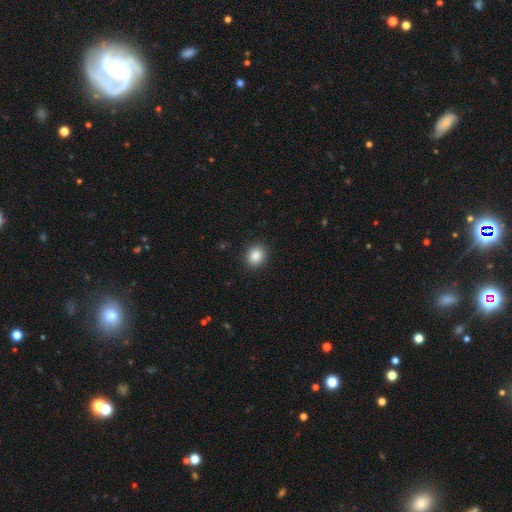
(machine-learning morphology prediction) A smooth galaxy with no disk features (87%) that is round (72%). Merging: none (90%).